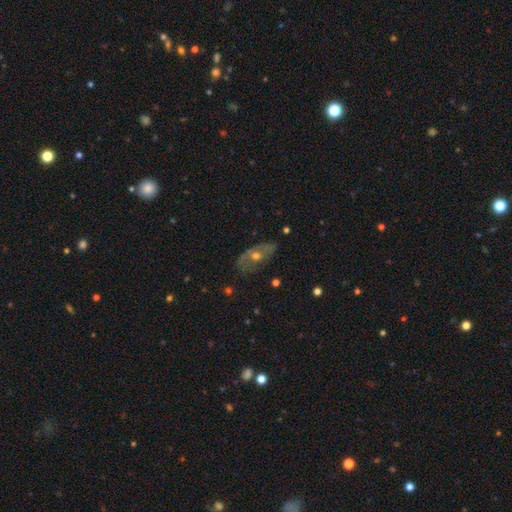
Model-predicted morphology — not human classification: Overall: featured or disk (60%; smooth 28%). Edge-on disk: no (79%). Merging: none (70%).